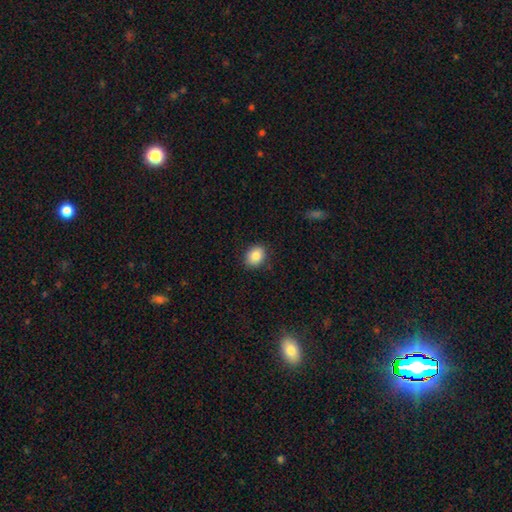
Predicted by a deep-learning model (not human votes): smooth-or-featured: smooth: 85% | star or artifact: 8% | featured or disk: 6%
  how-rounded: in between: 54% | round: 45% | cigar-shaped: 1%
  merging: none: 85% | minor disturbance: 11% | major disturbance: 3% | merger: 1%